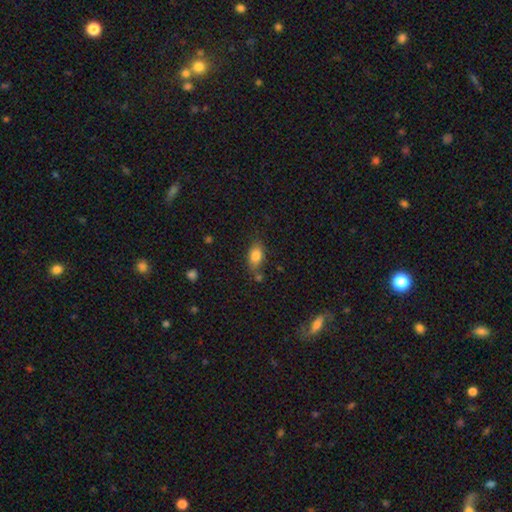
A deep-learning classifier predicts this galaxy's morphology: type=smooth (82%); roundness=in between (85%); merging=none (68%).